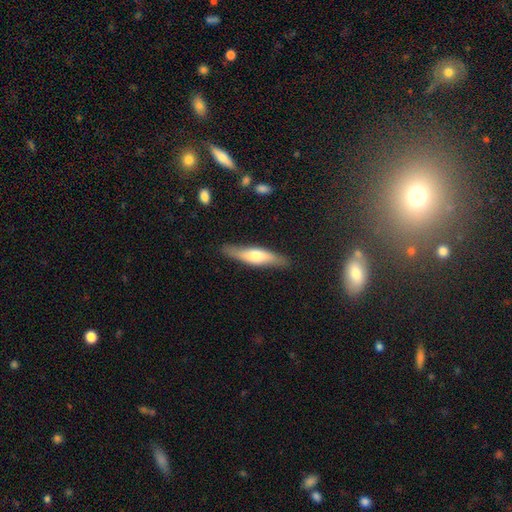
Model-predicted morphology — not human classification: smooth-or-featured: smooth: 50% | featured or disk: 44% | star or artifact: 6%
  how-rounded: cigar-shaped: 77% | in between: 21% | round: 2%
  merging: none: 85% | minor disturbance: 11% | major disturbance: 2% | merger: 1%